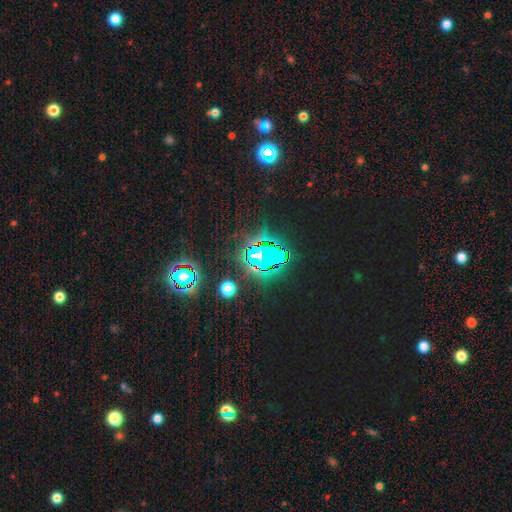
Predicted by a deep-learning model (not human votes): A star or artifact, not a galaxy (80%).

Vote fractions:
- Smooth or featured? star or artifact: 80% / smooth: 11% / featured or disk: 9%